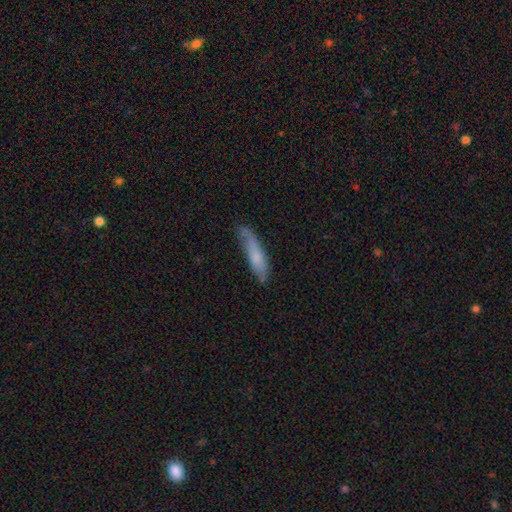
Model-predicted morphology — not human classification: Smooth or featured? smooth (67%)
How rounded? cigar-shaped (77%)
Merging? none (63%)